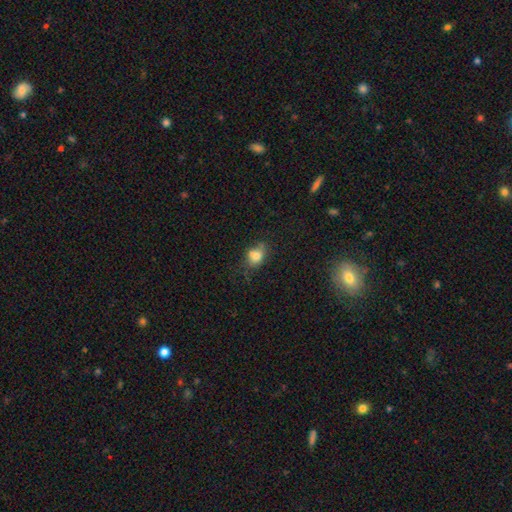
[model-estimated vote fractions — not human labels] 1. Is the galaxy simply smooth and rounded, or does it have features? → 74% smooth, 14% featured or disk, 13% star or artifact.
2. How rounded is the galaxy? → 61% in between, 37% round, 2% cigar-shaped.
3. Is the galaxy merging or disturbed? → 50% none, 25% minor disturbance, 15% merger, 10% major disturbance.